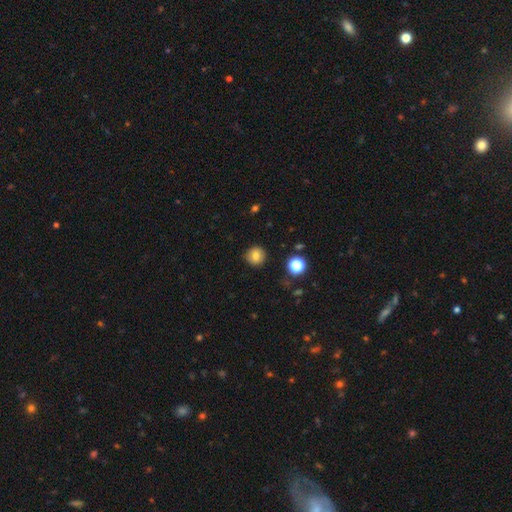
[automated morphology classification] Smooth or featured?
  - smooth: 79% *
  - star or artifact: 11%
  - featured or disk: 9%
How rounded?
  - round: 93% *
  - in between: 6%
  - cigar-shaped: 1%
Merging?
  - none: 89% *
  - minor disturbance: 7%
  - major disturbance: 2%
  - merger: 1%